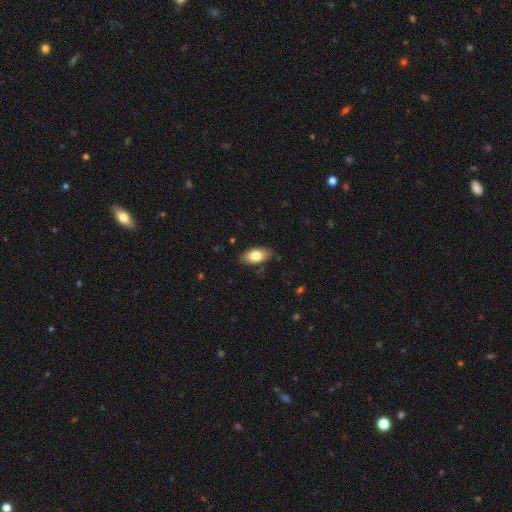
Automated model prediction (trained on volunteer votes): Smooth or featured? smooth (79%)
How rounded? in between (91%)
Merging? none (85%)